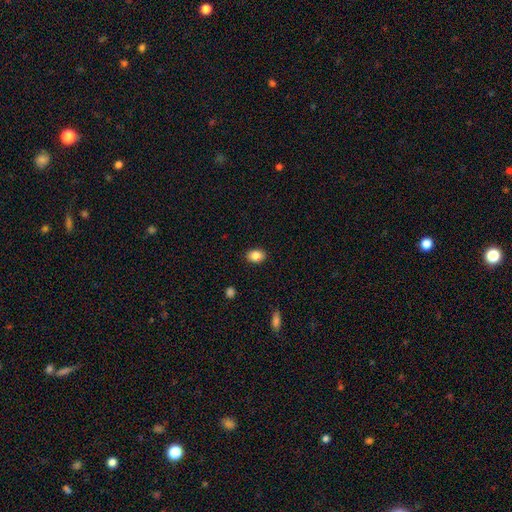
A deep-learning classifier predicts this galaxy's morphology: The model was most divided on "how rounded": in between: 66%, round: 33%, cigar-shaped: 1%. More confident: merging — none (88%); smooth or featured — smooth (86%).